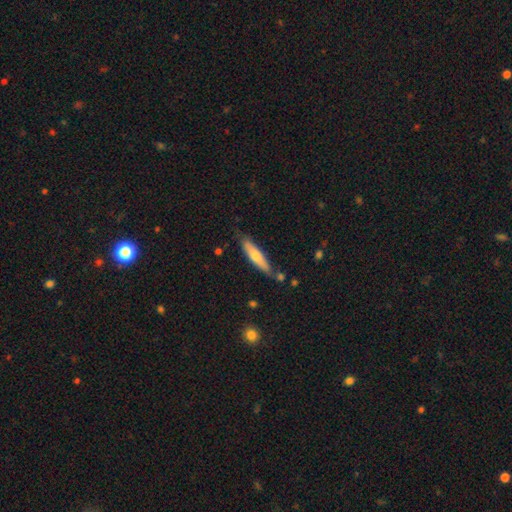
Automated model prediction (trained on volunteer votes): This appears to be a smooth galaxy with no disk features (62%) that is cigar-shaped (78%). Merging: none (71%).